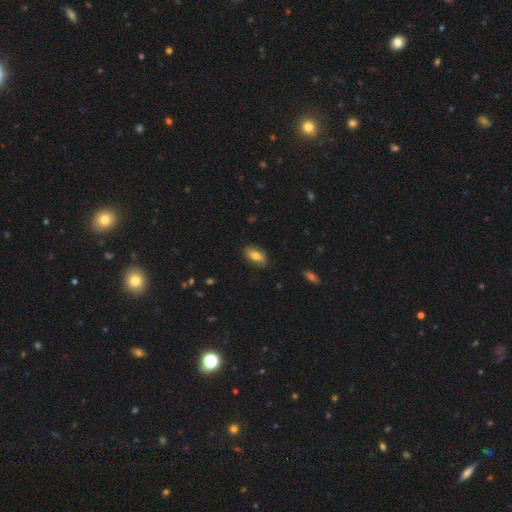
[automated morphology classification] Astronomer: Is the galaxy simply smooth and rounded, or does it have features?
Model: smooth — 77%.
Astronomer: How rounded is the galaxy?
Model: in between — 88%.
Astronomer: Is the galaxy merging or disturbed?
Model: none — 83%.